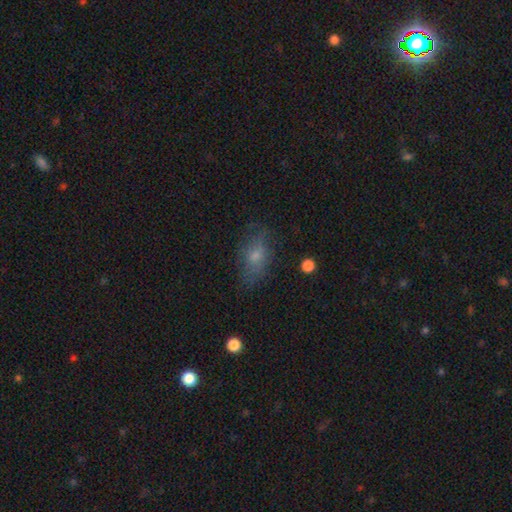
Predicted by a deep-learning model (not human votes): A smooth galaxy with no disk features (59%) that is in between round and cigar-shaped (81%). Merging: none (71%).